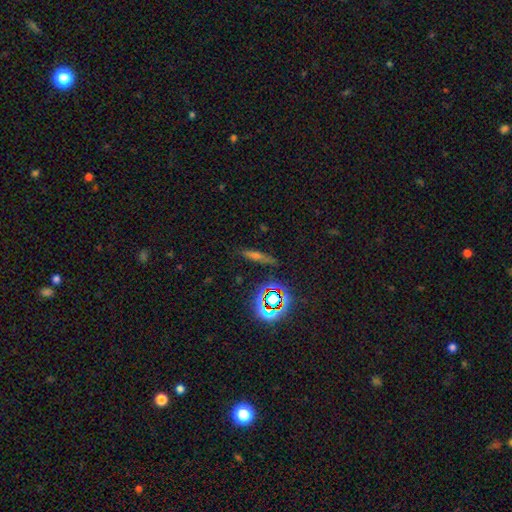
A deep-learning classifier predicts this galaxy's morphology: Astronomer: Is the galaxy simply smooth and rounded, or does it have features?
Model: smooth — 37% (runner-up: featured or disk, 32%).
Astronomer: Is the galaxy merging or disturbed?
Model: none — 83%.